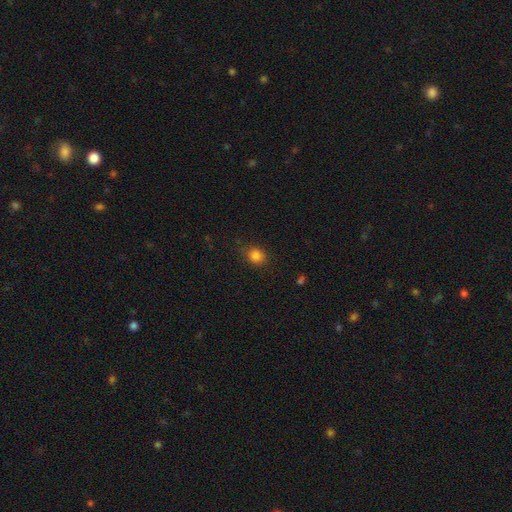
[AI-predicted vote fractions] smooth_or_featured: smooth (p=0.83) [alt: star or artifact p=0.12]
how_rounded: round (p=0.59) [alt: in between p=0.40]
merging: none (p=0.82) [alt: minor disturbance p=0.13]